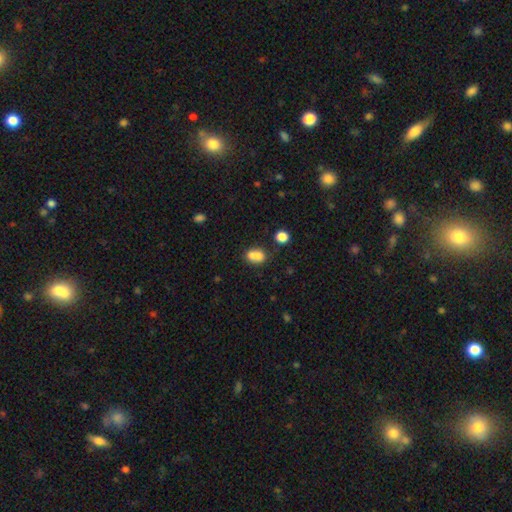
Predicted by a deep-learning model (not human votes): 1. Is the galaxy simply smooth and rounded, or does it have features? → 77% smooth, 13% featured or disk, 11% star or artifact.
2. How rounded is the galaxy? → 65% in between, 32% round, 2% cigar-shaped.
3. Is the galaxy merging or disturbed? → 45% merger, 37% none, 13% minor disturbance, 5% major disturbance.